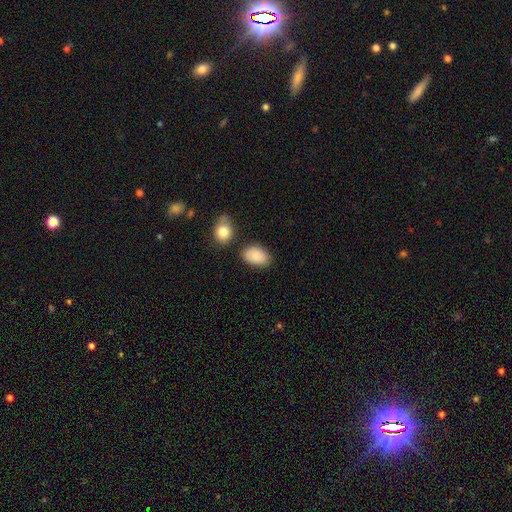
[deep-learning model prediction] smooth-or-featured: smooth: 85% | featured or disk: 8% | star or artifact: 7%
  how-rounded: in between: 90% | round: 9% | cigar-shaped: 1%
  merging: none: 73% | minor disturbance: 16% | merger: 7% | major disturbance: 4%